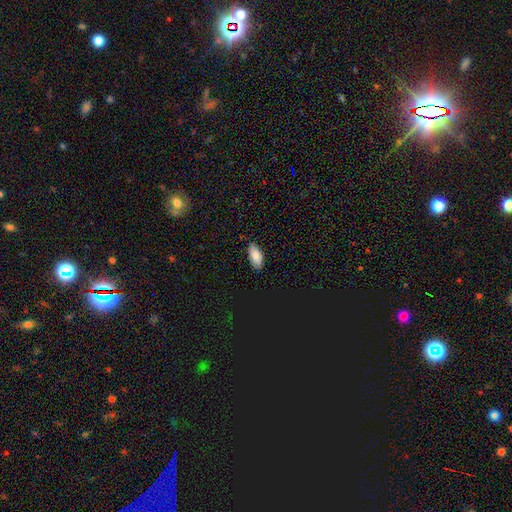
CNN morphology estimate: Smooth or featured? smooth (83%)
How rounded? in between (92%)
Merging? none (78%)